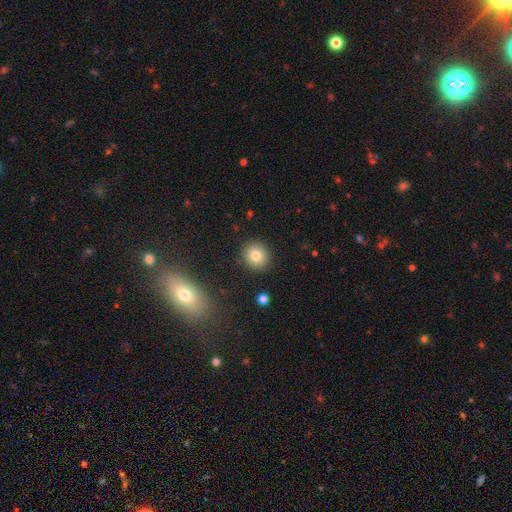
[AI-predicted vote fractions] Morphology: type=smooth (80%); roundness=round (77%); merging=none (89%).